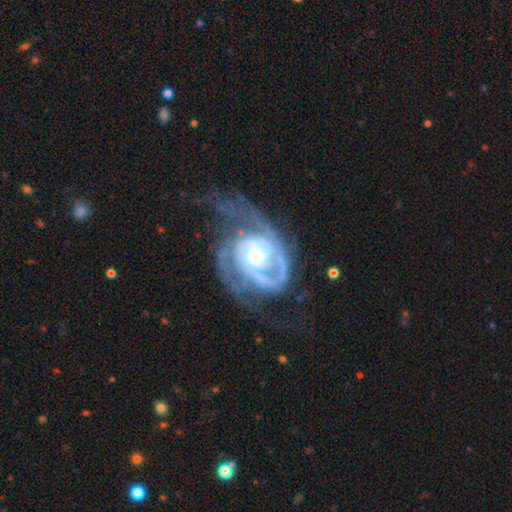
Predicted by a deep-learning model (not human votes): Smooth or featured? Predicted: featured or disk (p=0.91). Edge-on disk? Predicted: no (p=0.97). Bar? Predicted: no (p=0.66). Spiral arms? Predicted: yes (p=0.97). Spiral winding? Predicted: tight (p=0.60). Spiral arm count? Predicted: 2 (p=0.47). Bulge size? Predicted: small (p=0.54). Merging? Predicted: none (p=0.41).